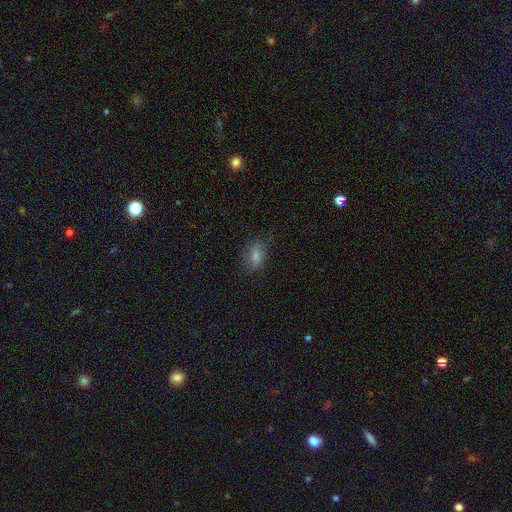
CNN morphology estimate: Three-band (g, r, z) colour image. It shows a smooth galaxy with no disk features (64%) that is in between round and cigar-shaped (79%). Merging: none (76%).